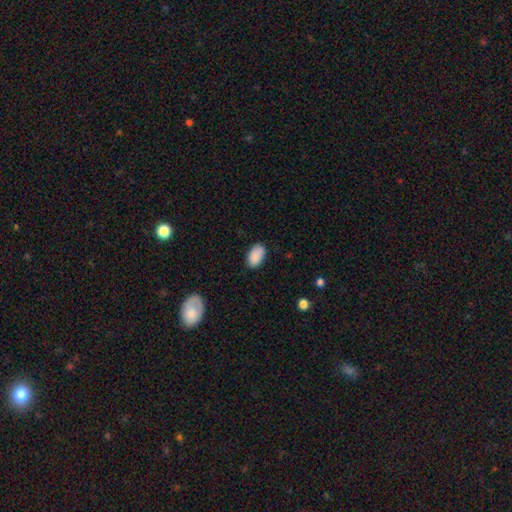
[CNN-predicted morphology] This appears to be a smooth galaxy with no disk features (89%) that is in between round and cigar-shaped (94%). Merging: none (82%).